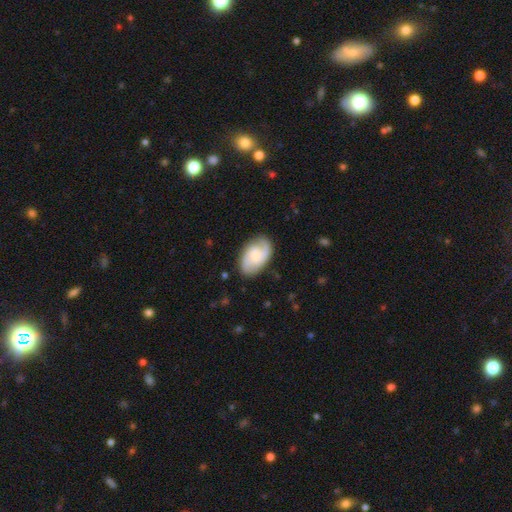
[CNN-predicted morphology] smooth-or-featured: featured or disk: 69% | smooth: 25% | star or artifact: 6%
  disk-edge-on: no: 97% | yes: 3%
    bar: no: 47% | weak: 45% | strong: 8%
    has-spiral-arms: yes: 95% | no: 5%
      spiral-winding: medium: 48% | loose: 28% | tight: 24%
      spiral-arm-count: 2: 88% | can't tell: 6% | 3: 2% | 1: 2% | 4: 1% | more than 4: 1%
    bulge-size: small: 39% | moderate: 31% | none: 19% | large: 8% | dominant: 2%
  merging: none: 83% | minor disturbance: 13% | major disturbance: 3% | merger: 1%